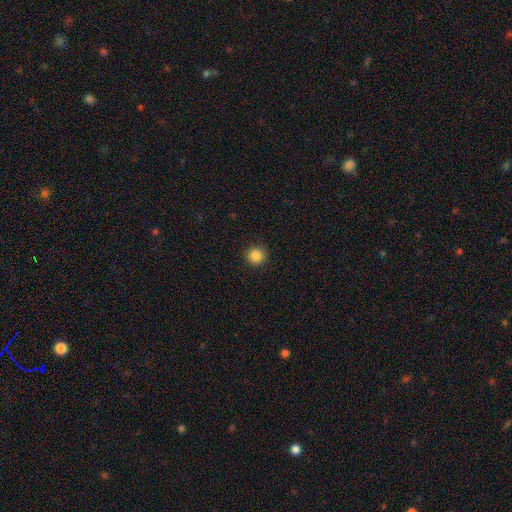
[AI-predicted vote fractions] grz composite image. It shows a smooth galaxy with no disk features (85%) that is round (94%). Merging: none (92%).